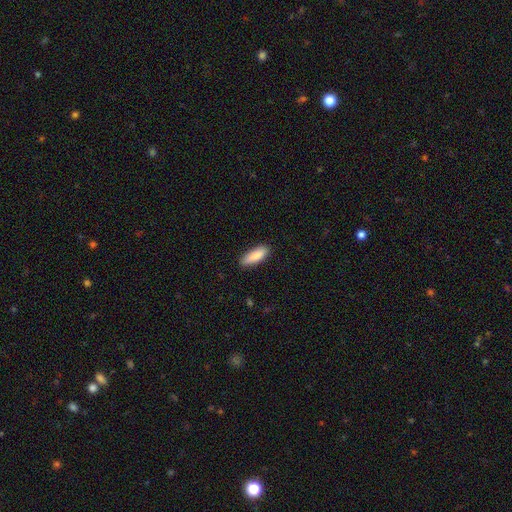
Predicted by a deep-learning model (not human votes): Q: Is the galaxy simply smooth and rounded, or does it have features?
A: smooth — 87%.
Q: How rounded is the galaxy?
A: in between — 57%.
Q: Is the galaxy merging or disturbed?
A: none — 86%.